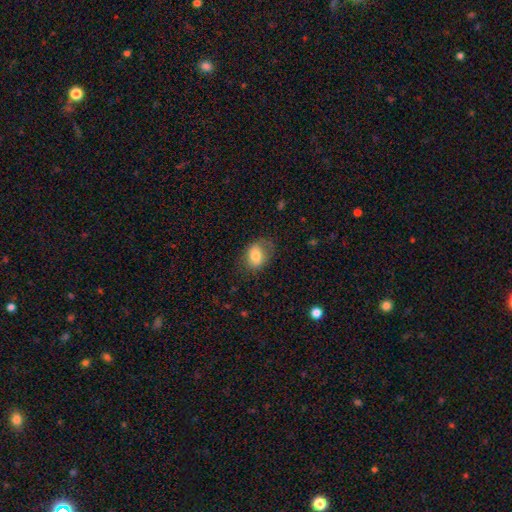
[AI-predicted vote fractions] Morphology: type=smooth (78%); roundness=in between (71%); merging=none (62%).